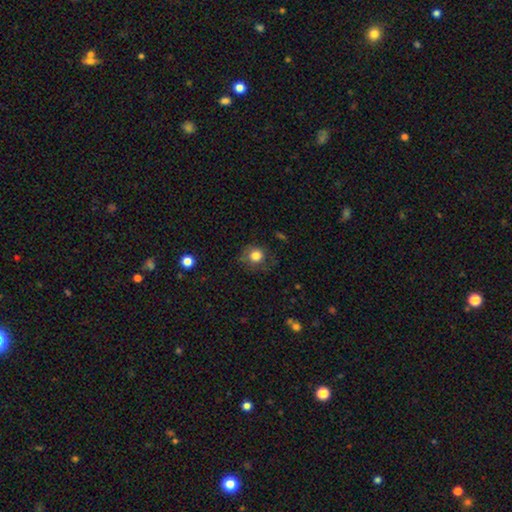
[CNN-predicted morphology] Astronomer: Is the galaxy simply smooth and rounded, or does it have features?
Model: smooth — 81%.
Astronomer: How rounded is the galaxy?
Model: round — 86%.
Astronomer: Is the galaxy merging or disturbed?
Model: none — 72%.